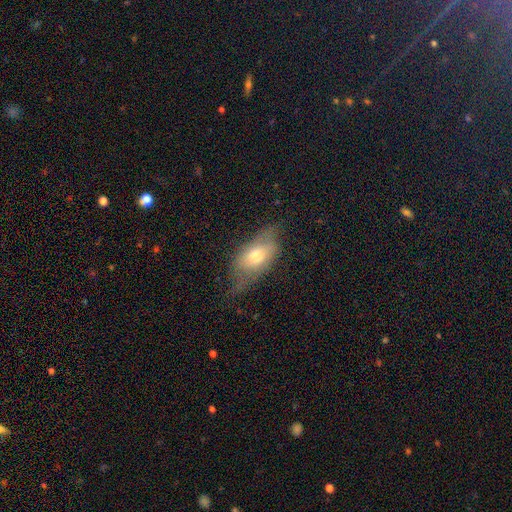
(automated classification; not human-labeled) This is possibly a smooth galaxy (54%). How rounded: clearly in between (85%). Merging: possibly none (49%).